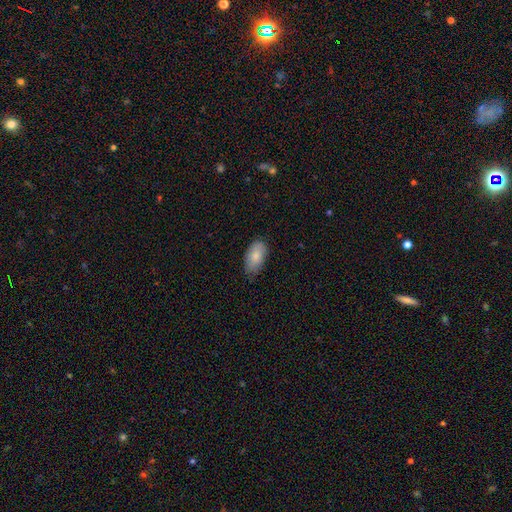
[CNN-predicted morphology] A smooth galaxy with no disk features (83%) that is in between round and cigar-shaped (94%). Merging: none (74%).